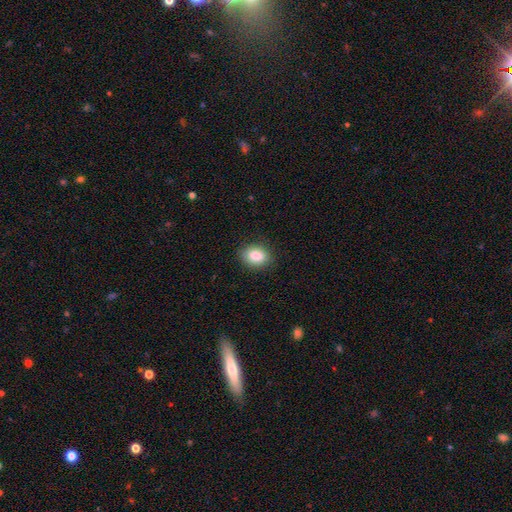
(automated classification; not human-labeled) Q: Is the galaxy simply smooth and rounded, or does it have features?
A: smooth — 86%.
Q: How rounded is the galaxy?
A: in between — 72%.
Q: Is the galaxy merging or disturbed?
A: none — 87%.